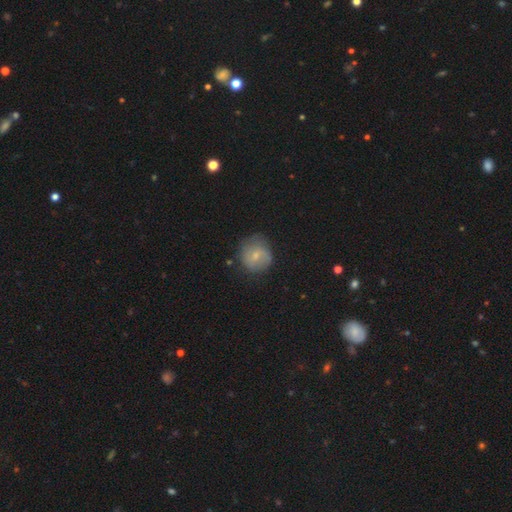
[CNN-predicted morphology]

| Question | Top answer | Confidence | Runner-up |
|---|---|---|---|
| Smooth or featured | smooth | 54% | featured or disk (39%) |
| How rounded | round | 86% | in between (13%) |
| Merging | none | 67% | minor disturbance (24%) |